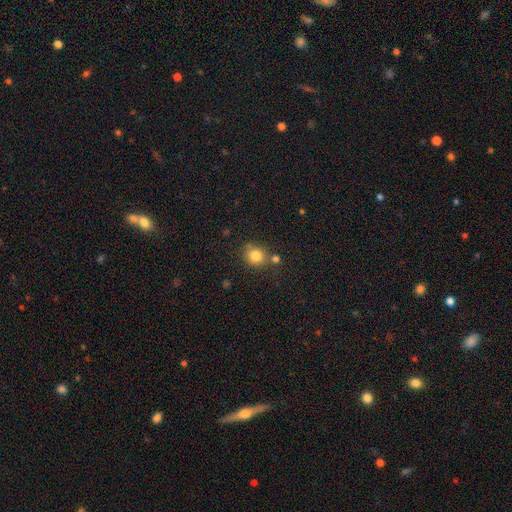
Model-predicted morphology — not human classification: Q: Smooth or featured?
A: smooth (82%); runner-up: star or artifact (12%)
Q: How rounded?
A: round (83%); runner-up: in between (16%)
Q: Merging?
A: none (69%); runner-up: merger (15%)